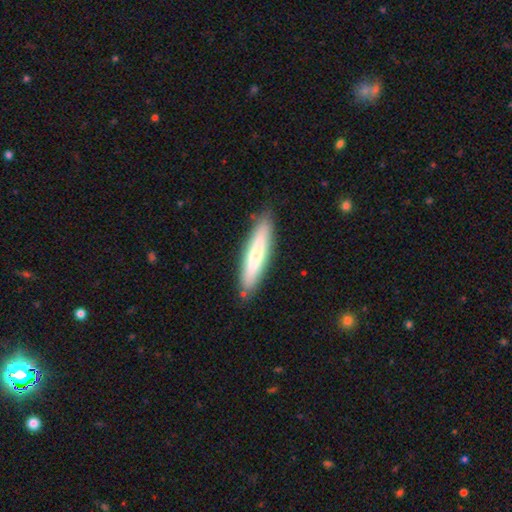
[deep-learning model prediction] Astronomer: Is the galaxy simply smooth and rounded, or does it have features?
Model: smooth — 63%.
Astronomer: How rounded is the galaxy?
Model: cigar-shaped — 83%.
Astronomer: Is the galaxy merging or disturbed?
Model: none — 86%.